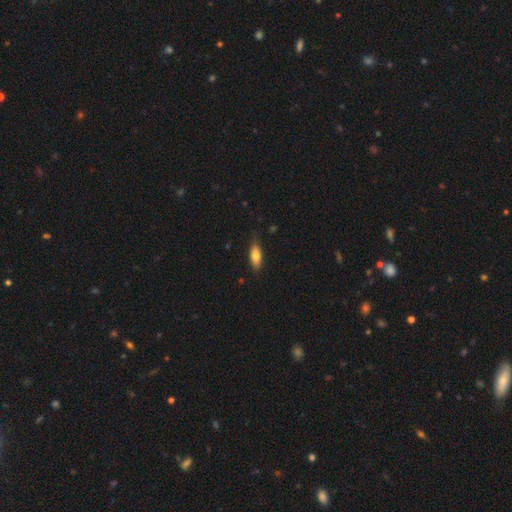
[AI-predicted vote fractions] Morphology: type=smooth (78%); roundness=in between (75%); merging=none (77%).